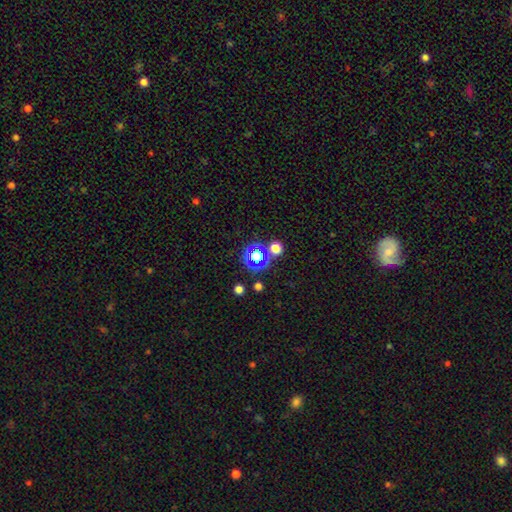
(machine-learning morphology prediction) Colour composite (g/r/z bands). It shows a star or artifact, not a galaxy (56%).